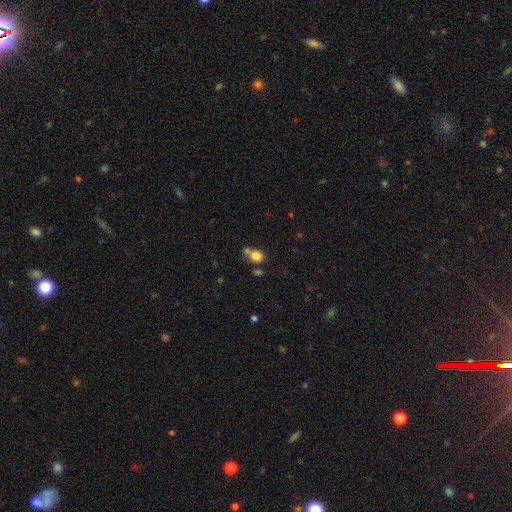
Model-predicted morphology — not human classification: This appears to be a smooth galaxy with no disk features (82%) that is round (63%). Merging: none (55%).